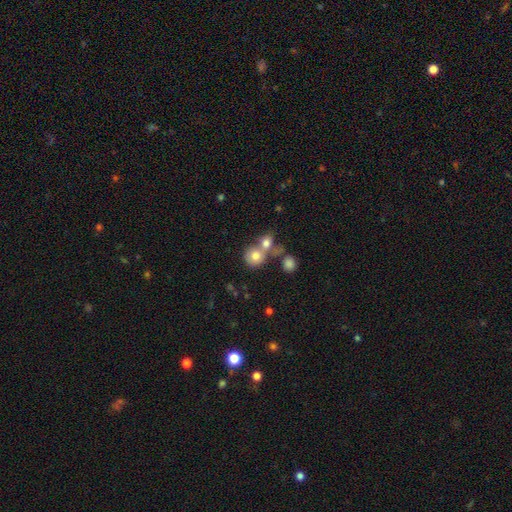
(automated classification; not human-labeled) Smooth or featured?
  - smooth: 77% *
  - featured or disk: 14%
  - star or artifact: 10%
How rounded?
  - round: 79% *
  - in between: 20%
  - cigar-shaped: 1%
Merging?
  - merger: 52% *
  - none: 36%
  - minor disturbance: 8%
  - major disturbance: 4%